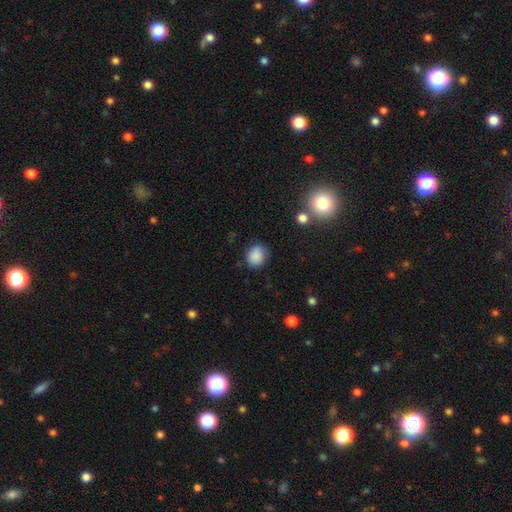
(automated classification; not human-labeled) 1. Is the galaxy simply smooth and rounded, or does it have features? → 86% smooth, 9% star or artifact, 5% featured or disk.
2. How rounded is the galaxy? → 68% round, 31% in between, 1% cigar-shaped.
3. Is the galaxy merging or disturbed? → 78% none, 16% minor disturbance, 4% major disturbance, 2% merger.